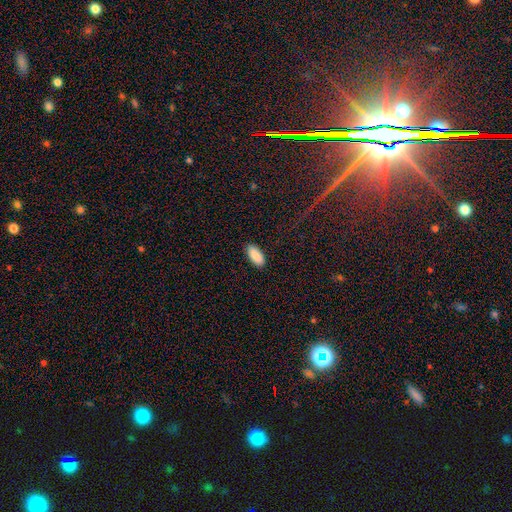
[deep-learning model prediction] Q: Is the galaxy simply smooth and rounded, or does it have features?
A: smooth — 89%.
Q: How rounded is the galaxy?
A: in between — 89%.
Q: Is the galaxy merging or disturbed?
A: none — 89%.